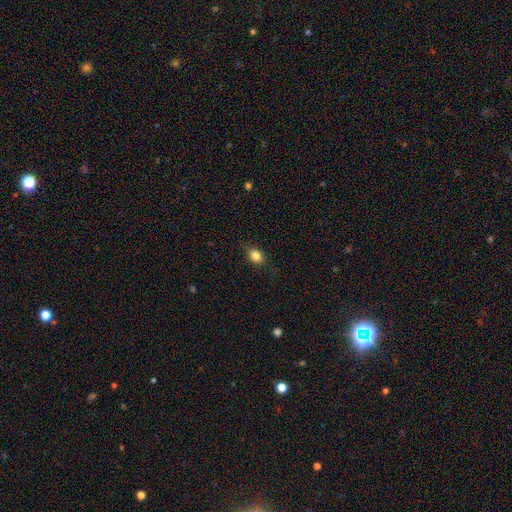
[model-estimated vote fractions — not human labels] The model was most divided on "how rounded": in between: 52%, round: 47%, cigar-shaped: 1%. More confident: smooth or featured — smooth (83%); merging — none (83%).